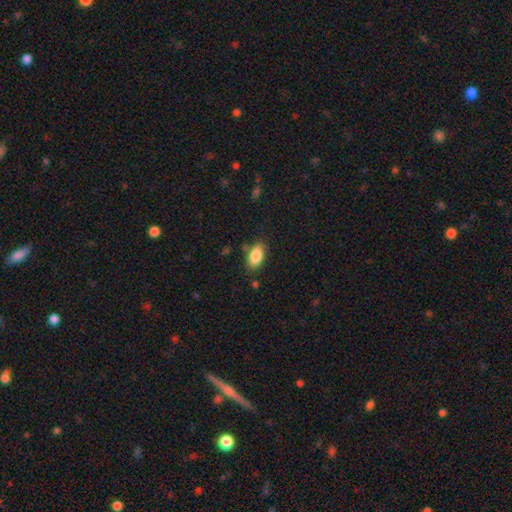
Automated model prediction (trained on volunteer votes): A smooth galaxy with no disk features (86%) that is in between round and cigar-shaped (92%).

Vote fractions:
- Smooth or featured? smooth: 86% / featured or disk: 7% / star or artifact: 7%
- How rounded? in between: 92% / round: 4% / cigar-shaped: 4%
- Merging? none: 78% / minor disturbance: 15% / major disturbance: 4% / merger: 3%